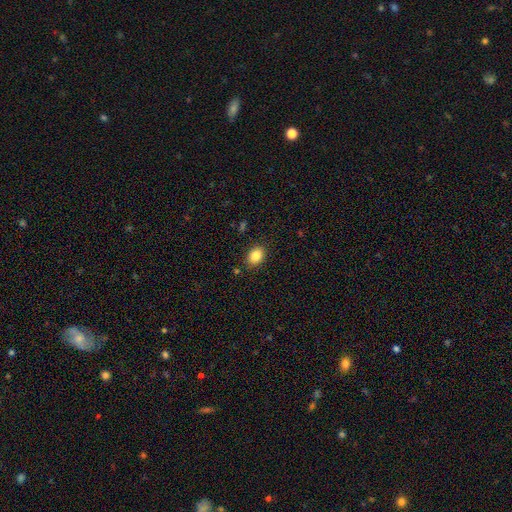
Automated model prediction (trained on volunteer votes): A smooth galaxy with no disk features (87%) that is in between round and cigar-shaped (74%).

Vote fractions:
- Smooth or featured? smooth: 87% / star or artifact: 9% / featured or disk: 5%
- How rounded? in between: 74% / round: 25% / cigar-shaped: 1%
- Merging? none: 86% / minor disturbance: 9% / major disturbance: 3% / merger: 2%